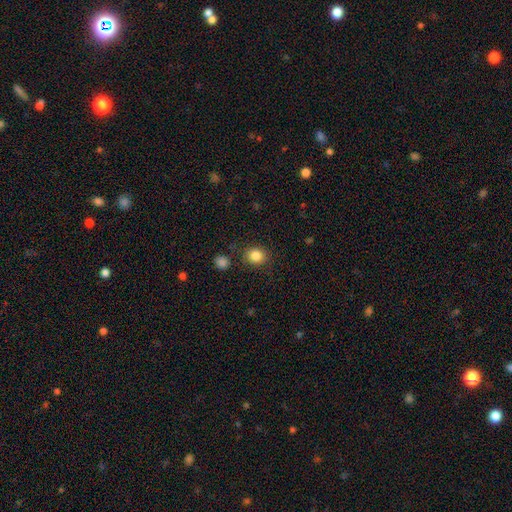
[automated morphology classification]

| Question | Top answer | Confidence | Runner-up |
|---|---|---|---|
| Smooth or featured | smooth | 85% | star or artifact (10%) |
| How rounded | round | 78% | in between (21%) |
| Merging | none | 83% | minor disturbance (10%) |